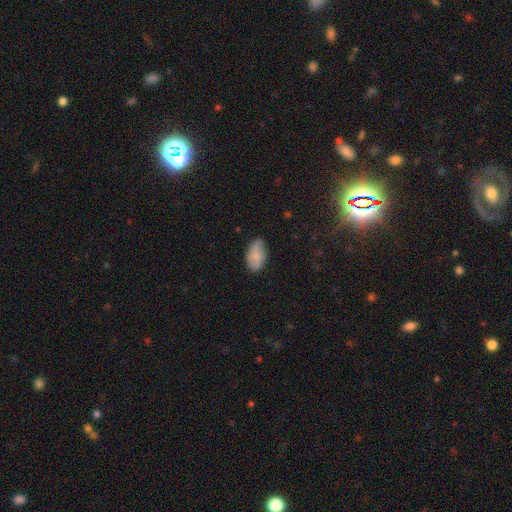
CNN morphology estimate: type=smooth (76%); roundness=in between (94%); merging=none (73%).